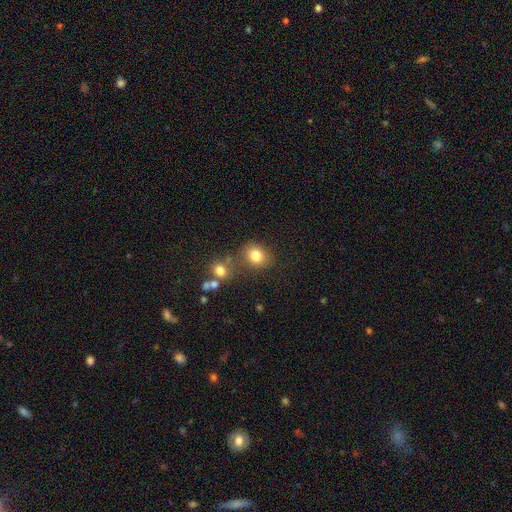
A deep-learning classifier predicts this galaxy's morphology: smooth-or-featured: smooth: 81% | star or artifact: 12% | featured or disk: 8%
  how-rounded: round: 60% | in between: 39% | cigar-shaped: 1%
  merging: none: 68% | minor disturbance: 14% | merger: 13% | major disturbance: 5%